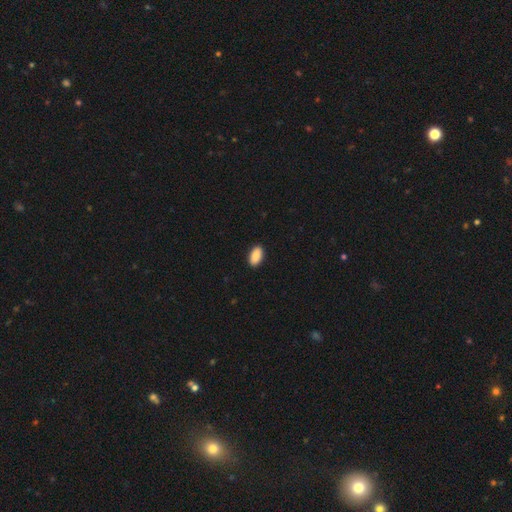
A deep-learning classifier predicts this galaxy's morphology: Overall: smooth (90%). How rounded: in between (94%). Merging: none (91%).